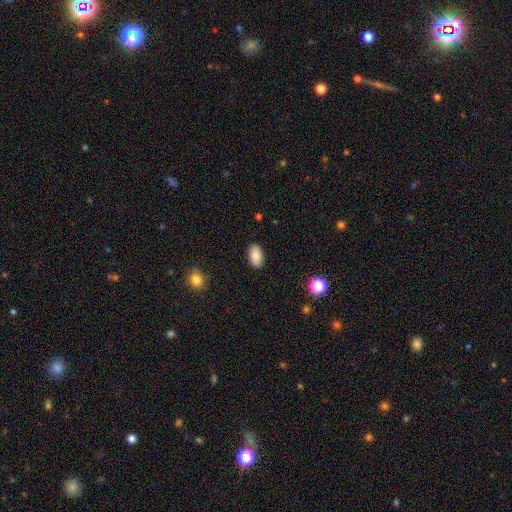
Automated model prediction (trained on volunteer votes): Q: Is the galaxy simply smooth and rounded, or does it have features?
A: smooth — 86%.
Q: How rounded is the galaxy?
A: in between — 94%.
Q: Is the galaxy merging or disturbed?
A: none — 88%.